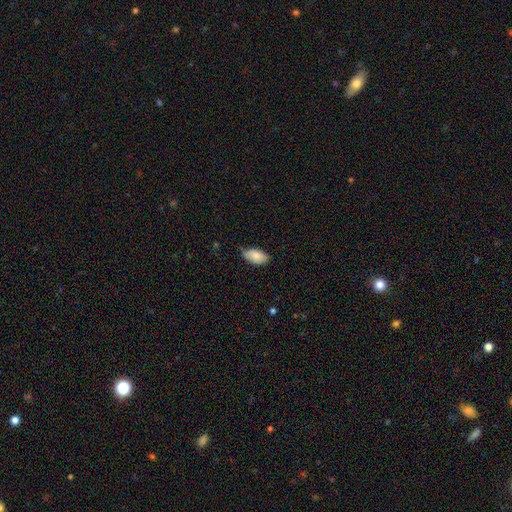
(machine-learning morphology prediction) The model was most divided on "merging": none: 64%, minor disturbance: 31%, major disturbance: 4%, merger: 1%. More confident: how rounded — in between (94%); smooth or featured — smooth (83%).